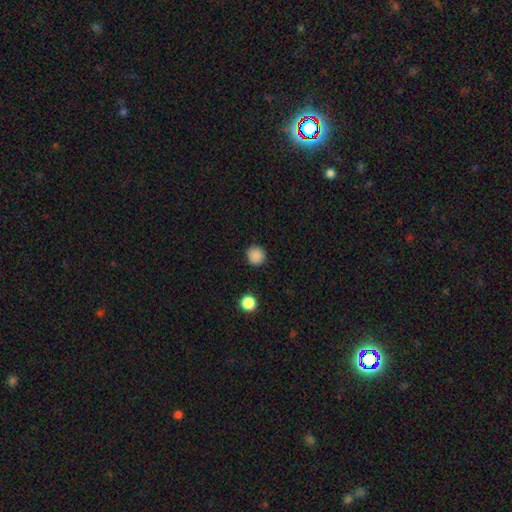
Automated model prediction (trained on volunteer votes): This is clearly a smooth galaxy (87%). How rounded: clearly round (93%). Merging: clearly none (90%).